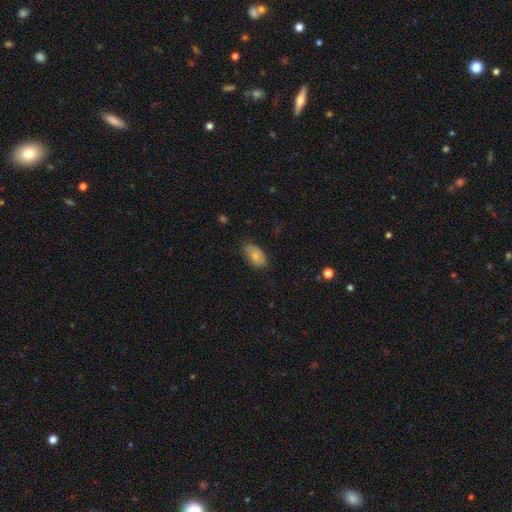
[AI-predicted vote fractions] The model was most divided on "merging": none: 63%, minor disturbance: 30%, major disturbance: 6%, merger: 1%. More confident: how rounded — in between (92%); smooth or featured — smooth (74%).